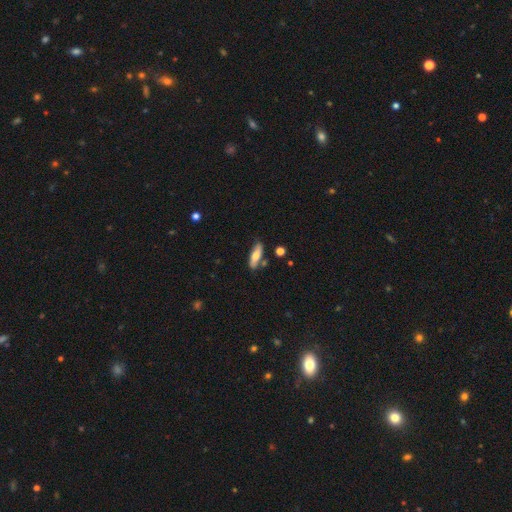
smooth 56%, featured or disk 42%, star or artifact 3%. Down the decision tree: how rounded — cigar-shaped (70%); merging — none (80%).